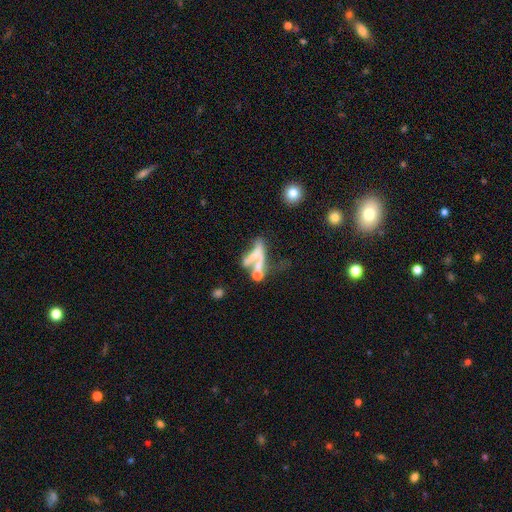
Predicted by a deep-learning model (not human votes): Smooth or featured? Predicted: featured or disk (p=0.47). Merging? Predicted: merger (p=0.44).